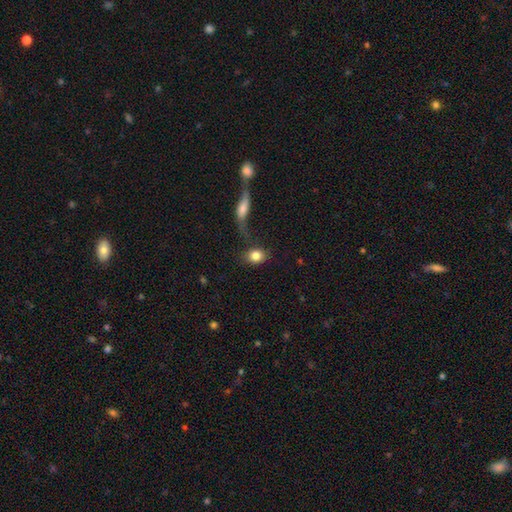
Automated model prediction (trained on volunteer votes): Smooth or featured: smooth — 84% (featured or disk — 9%)
How rounded: in between — 56% (round — 41%)
Merging: none — 60% (merger — 18%)